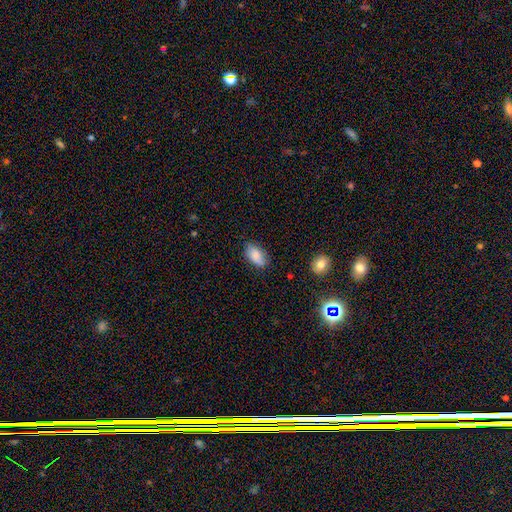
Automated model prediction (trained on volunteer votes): Morphology: type=smooth (82%); roundness=in between (92%); merging=none (71%).